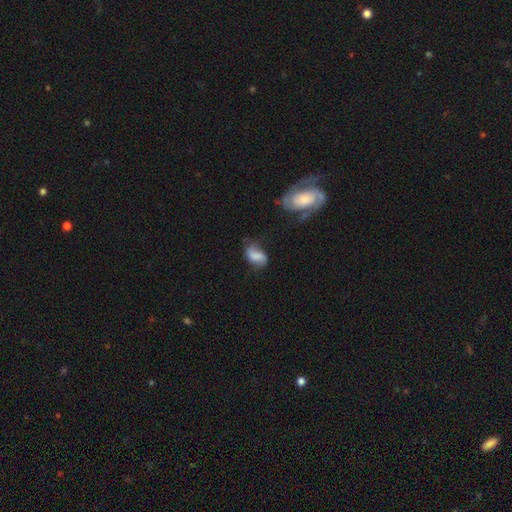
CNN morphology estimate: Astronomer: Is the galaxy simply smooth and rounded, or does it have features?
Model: smooth — 61%.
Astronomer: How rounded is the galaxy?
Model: in between — 87%.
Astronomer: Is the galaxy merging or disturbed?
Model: none — 49% (runner-up: minor disturbance, 32%).